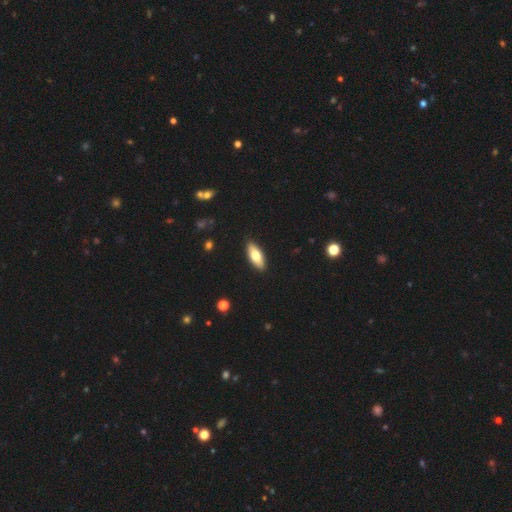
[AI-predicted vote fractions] smooth_or_featured: smooth (p=0.69) [alt: featured or disk p=0.25]
how_rounded: in between (p=0.70) [alt: cigar-shaped p=0.27]
merging: none (p=0.90) [alt: minor disturbance p=0.08]